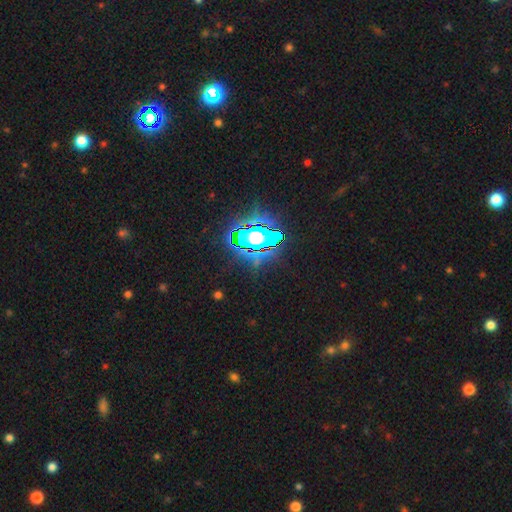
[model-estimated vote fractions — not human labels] star or artifact 81%, smooth 11%, featured or disk 8%.